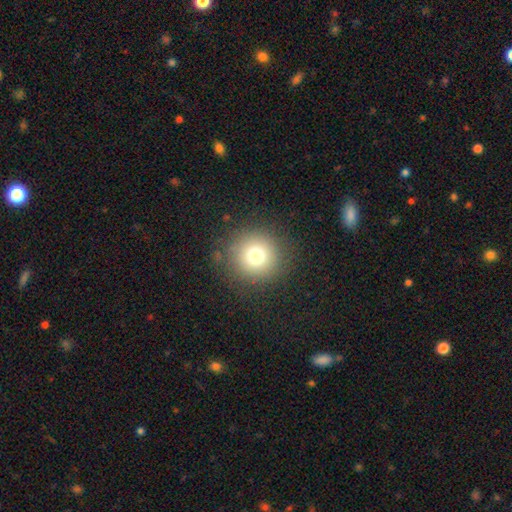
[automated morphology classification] smooth_or_featured: smooth (p=0.75) [alt: star or artifact p=0.15]
how_rounded: round (p=0.95) [alt: in between p=0.05]
merging: none (p=0.88) [alt: minor disturbance p=0.07]